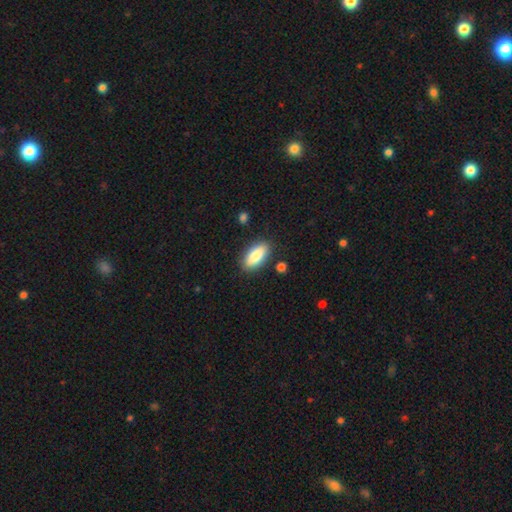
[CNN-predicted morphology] smooth 84%, featured or disk 10%, star or artifact 6%. Down the decision tree: how rounded — in between (83%); merging — none (85%).